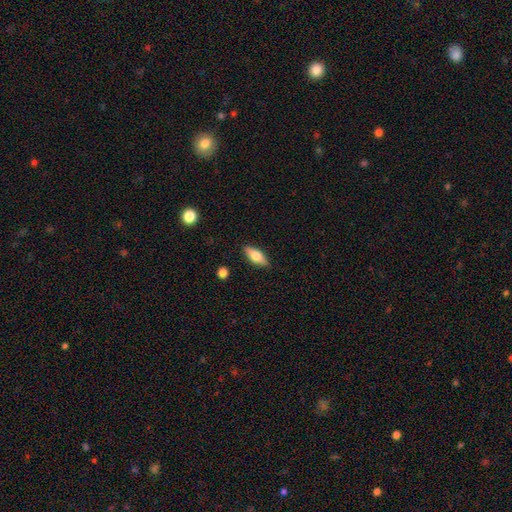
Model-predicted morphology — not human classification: smooth_or_featured: smooth (p=0.67) [alt: featured or disk p=0.27]
how_rounded: in between (p=0.73) [alt: cigar-shaped p=0.24]
merging: none (p=0.87) [alt: minor disturbance p=0.10]